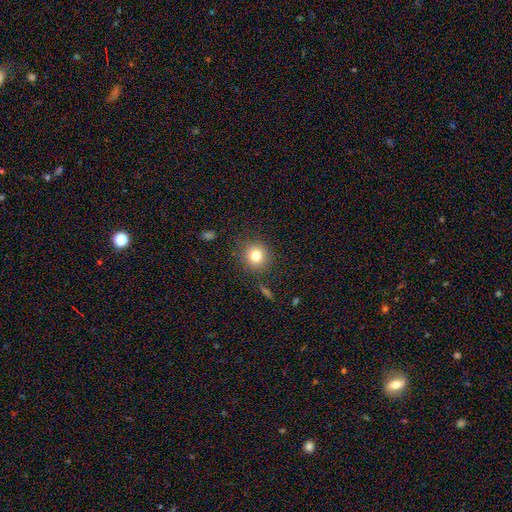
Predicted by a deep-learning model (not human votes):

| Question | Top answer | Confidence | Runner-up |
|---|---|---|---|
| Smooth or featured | smooth | 80% | star or artifact (12%) |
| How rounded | round | 91% | in between (8%) |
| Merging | none | 87% | minor disturbance (8%) |